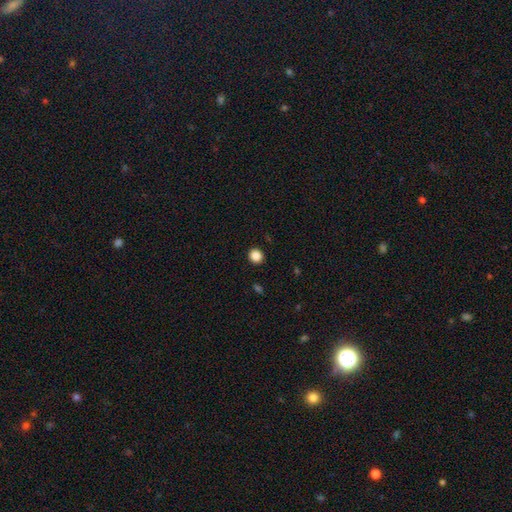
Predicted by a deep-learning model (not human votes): Smooth or featured? smooth (87%)
How rounded? round (87%)
Merging? none (92%)